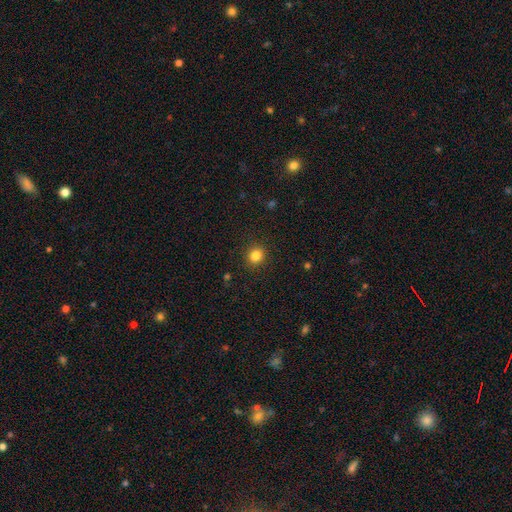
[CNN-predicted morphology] A smooth galaxy with no disk features (83%) that is round (87%).

Vote fractions:
- Smooth or featured? smooth: 83% / star or artifact: 12% / featured or disk: 5%
- How rounded? round: 87% / in between: 12% / cigar-shaped: 1%
- Merging? none: 91% / minor disturbance: 6% / major disturbance: 2% / merger: 1%